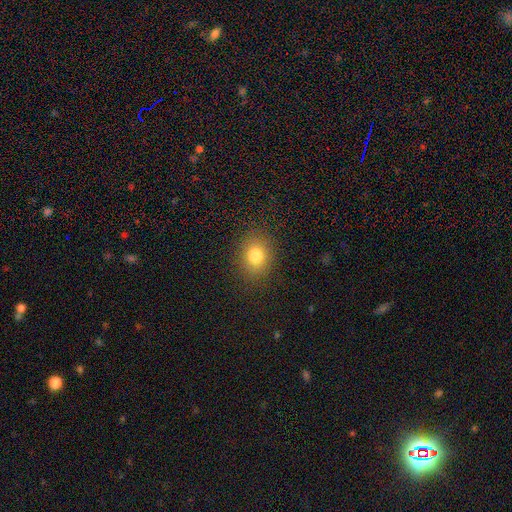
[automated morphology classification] Q: Smooth or featured?
A: smooth (80%); runner-up: star or artifact (12%)
Q: How rounded?
A: round (54%); runner-up: in between (45%)
Q: Merging?
A: none (87%); runner-up: minor disturbance (9%)